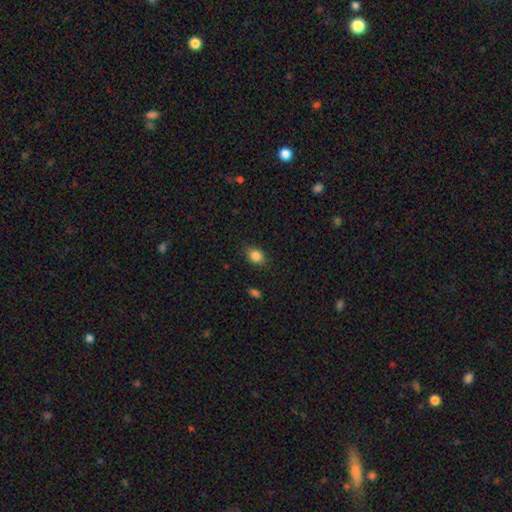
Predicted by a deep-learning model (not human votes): This is clearly a smooth galaxy (86%). How rounded: likely in between (61%). Merging: clearly none (82%).